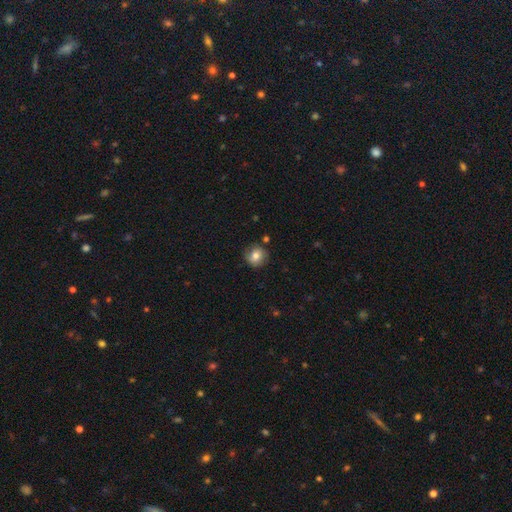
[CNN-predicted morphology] smooth_or_featured: smooth (p=0.70) [alt: featured or disk p=0.21]
how_rounded: round (p=0.89) [alt: in between p=0.11]
merging: none (p=0.79) [alt: minor disturbance p=0.15]